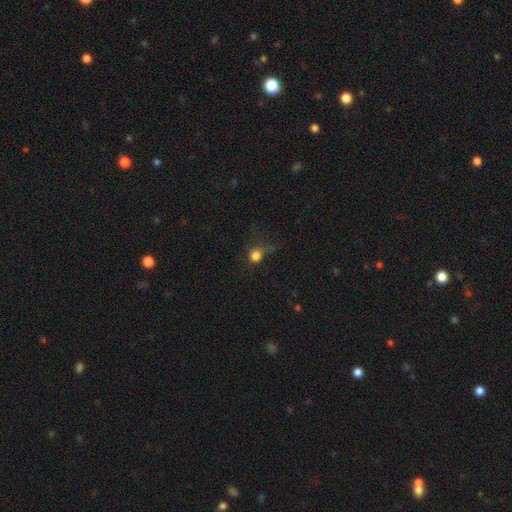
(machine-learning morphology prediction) A smooth galaxy with no disk features (76%) that is round (86%).

Vote fractions:
- Smooth or featured? smooth: 76% / star or artifact: 16% / featured or disk: 9%
- How rounded? round: 86% / in between: 13% / cigar-shaped: 1%
- Merging? none: 47% / major disturbance: 26% / minor disturbance: 23% / merger: 4%